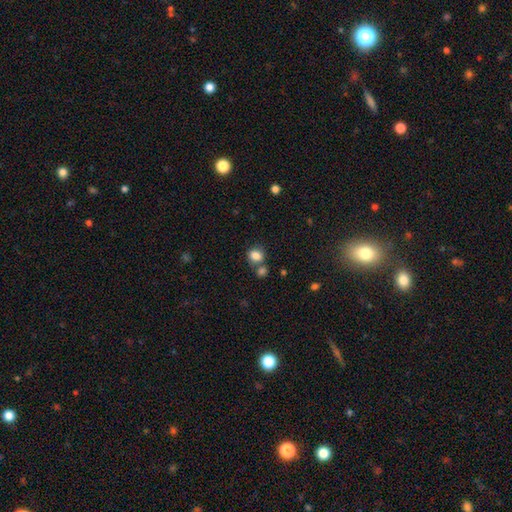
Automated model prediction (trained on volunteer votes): Smooth or featured: smooth — 83% (star or artifact — 11%)
How rounded: round — 63% (in between — 36%)
Merging: none — 58% (merger — 26%)